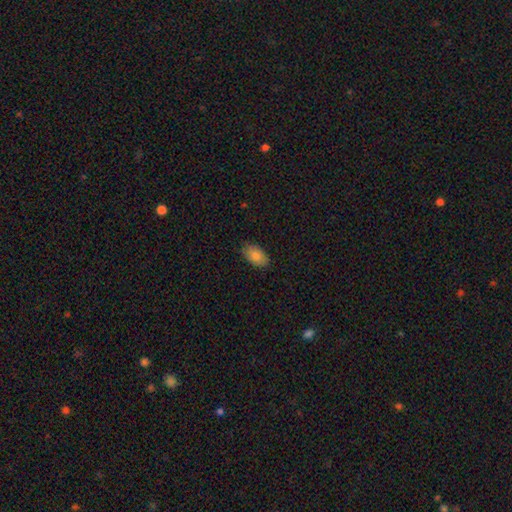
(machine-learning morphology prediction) Smooth or featured: smooth — 82% (featured or disk — 11%)
How rounded: in between — 93% (round — 5%)
Merging: none — 84% (minor disturbance — 13%)